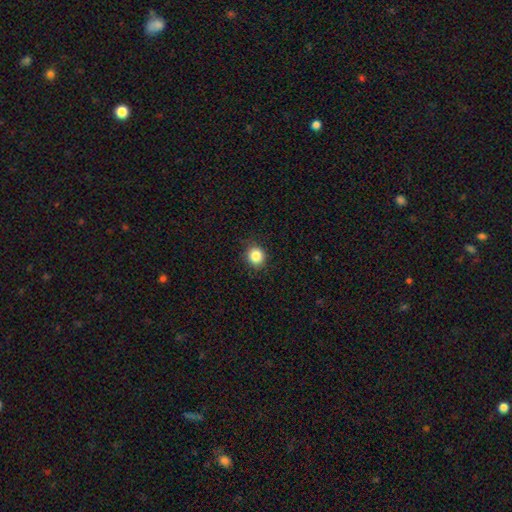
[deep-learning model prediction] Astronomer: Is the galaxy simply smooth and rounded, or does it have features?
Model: smooth — 85%.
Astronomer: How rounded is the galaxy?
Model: round — 87%.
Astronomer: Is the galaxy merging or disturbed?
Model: none — 88%.